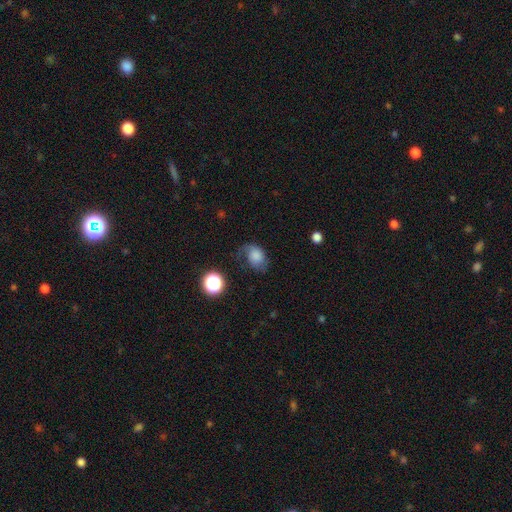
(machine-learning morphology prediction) Smooth or featured: smooth — 60% (featured or disk — 28%)
How rounded: in between — 59% (round — 40%)
Merging: none — 46% (minor disturbance — 30%)